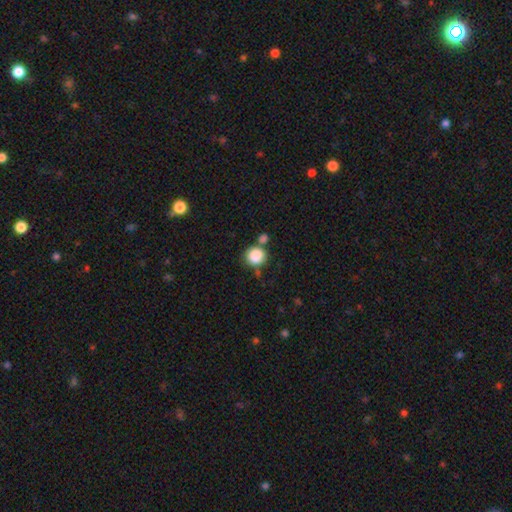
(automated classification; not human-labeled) Smooth or featured?
  - smooth: 86% *
  - star or artifact: 9%
  - featured or disk: 5%
How rounded?
  - round: 87% *
  - in between: 12%
  - cigar-shaped: 1%
Merging?
  - none: 62% *
  - merger: 20%
  - minor disturbance: 13%
  - major disturbance: 5%